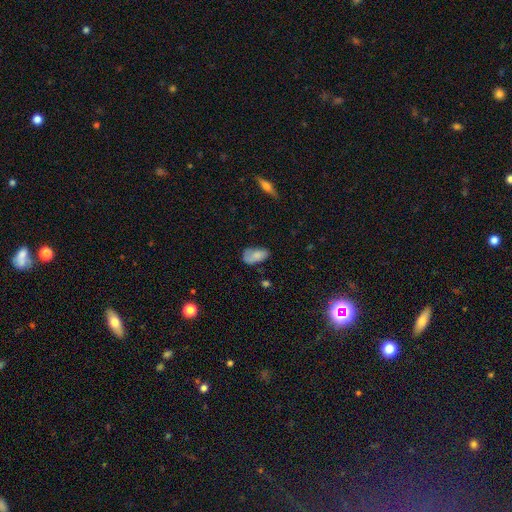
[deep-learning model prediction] Morphology: type=smooth (77%); roundness=in between (92%); merging=none (47%).